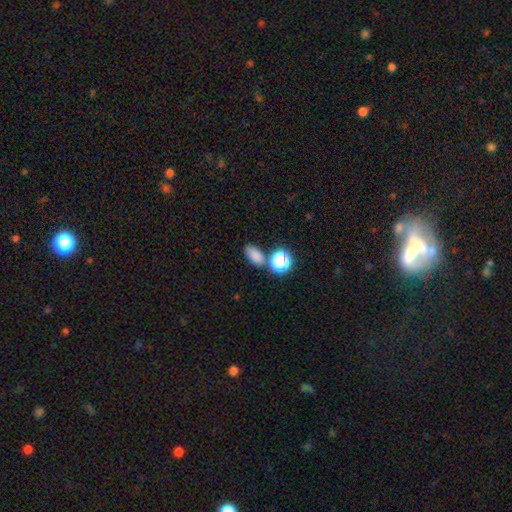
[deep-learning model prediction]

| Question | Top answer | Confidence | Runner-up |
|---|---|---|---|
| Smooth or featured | smooth | 79% | star or artifact (15%) |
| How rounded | in between | 84% | round (14%) |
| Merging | none | 72% | merger (13%) |